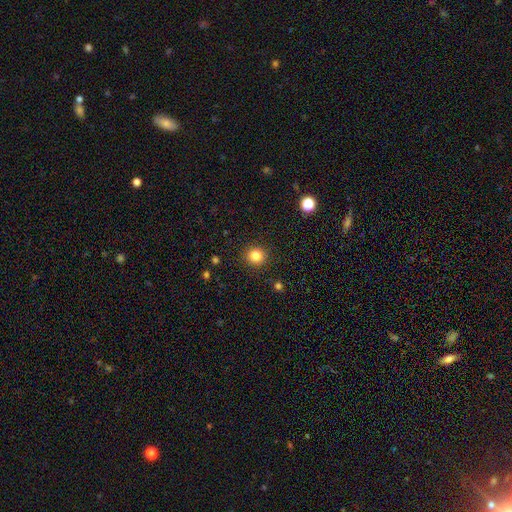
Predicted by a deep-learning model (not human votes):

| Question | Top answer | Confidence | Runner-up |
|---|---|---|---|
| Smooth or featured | smooth | 83% | star or artifact (12%) |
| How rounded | round | 91% | in between (8%) |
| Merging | none | 91% | minor disturbance (6%) |